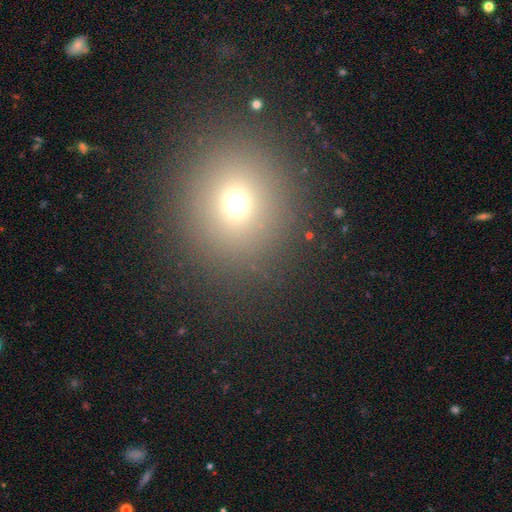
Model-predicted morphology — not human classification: A smooth galaxy with no disk features (67%) that is round (82%). Merging: none (90%).